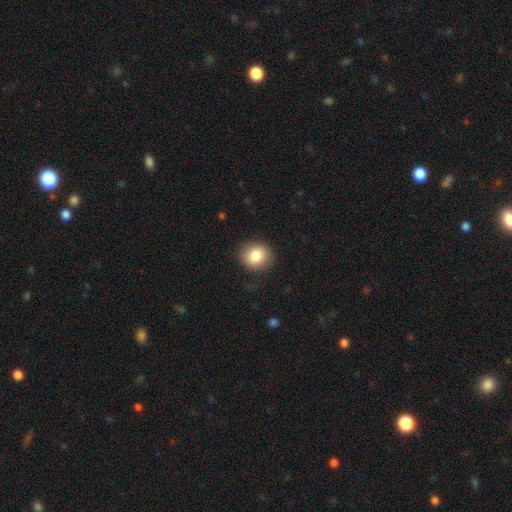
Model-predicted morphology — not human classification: The model was most divided on "how rounded": round: 82%, in between: 17%, cigar-shaped: 1%. More confident: merging — none (86%); smooth or featured — smooth (83%).